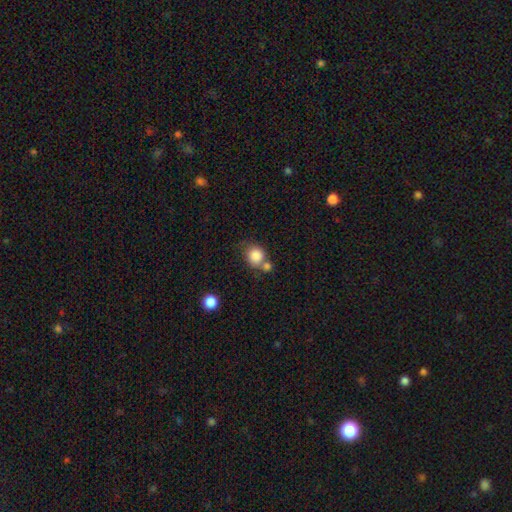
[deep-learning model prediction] Smooth or featured? Predicted: smooth (p=0.84). How rounded? Predicted: round (p=0.80). Merging? Predicted: none (p=0.49).